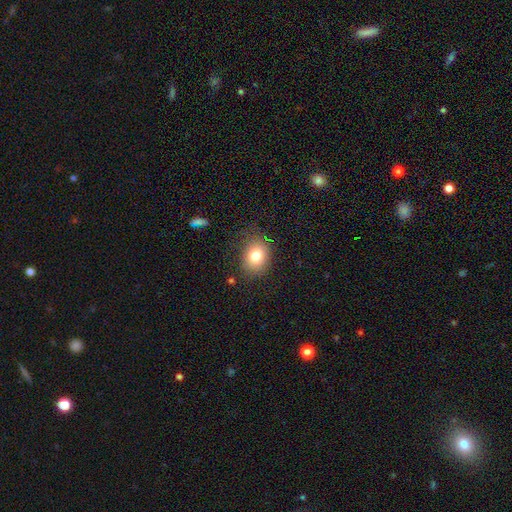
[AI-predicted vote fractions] A smooth galaxy with no disk features (79%) that is round (51%). Merging: none (78%).